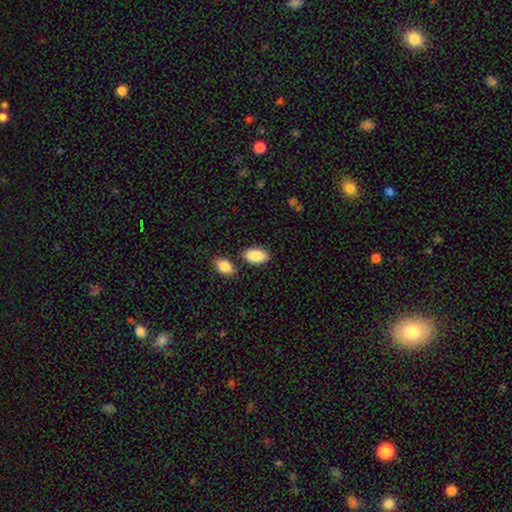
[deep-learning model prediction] Morphology: type=smooth (89%); roundness=in between (94%); merging=none (77%).